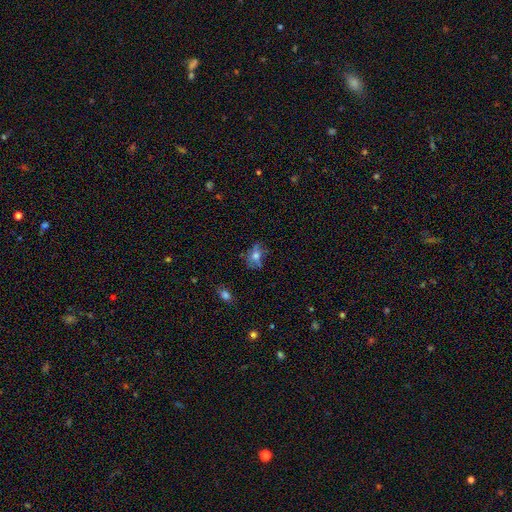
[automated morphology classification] The model was most divided on "merging": none: 54%, minor disturbance: 26%, major disturbance: 16%, merger: 5%. More confident: how rounded — in between (66%); smooth or featured — smooth (57%).